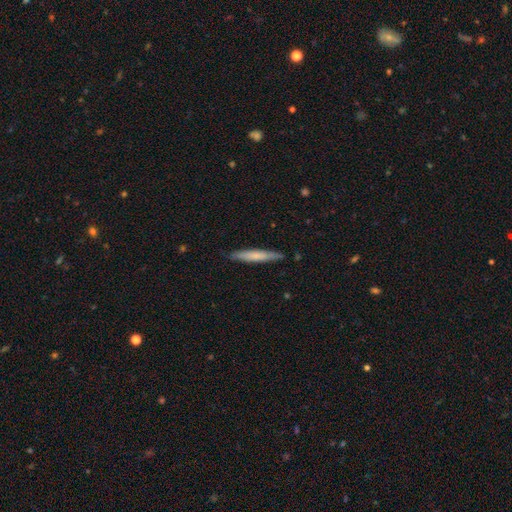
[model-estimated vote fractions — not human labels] smooth_or_featured: smooth (p=0.63) [alt: featured or disk p=0.31]
how_rounded: cigar-shaped (p=0.95) [alt: in between p=0.04]
merging: none (p=0.87) [alt: minor disturbance p=0.10]